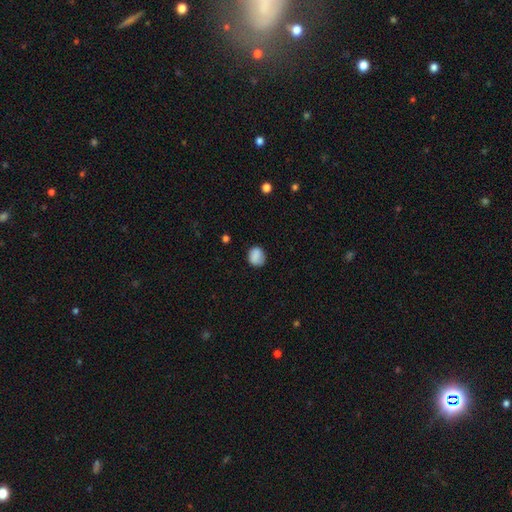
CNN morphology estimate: Smooth or featured: smooth — 83% (star or artifact — 9%)
How rounded: round — 70% (in between — 29%)
Merging: none — 76% (minor disturbance — 17%)